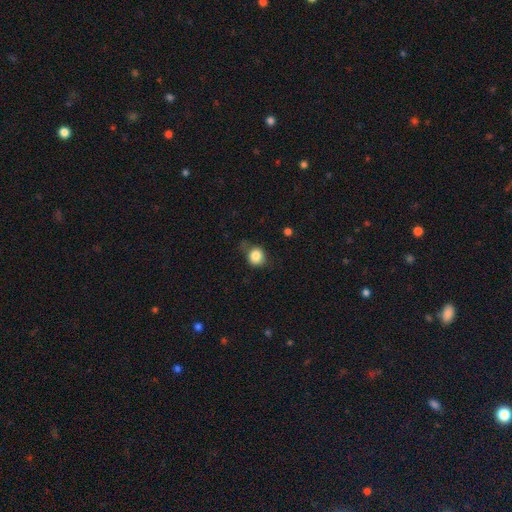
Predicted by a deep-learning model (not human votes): A smooth galaxy with no disk features (84%) that is round (80%).

Vote fractions:
- Smooth or featured? smooth: 84% / star or artifact: 10% / featured or disk: 6%
- How rounded? round: 80% / in between: 19% / cigar-shaped: 1%
- Merging? none: 67% / minor disturbance: 23% / major disturbance: 7% / merger: 3%